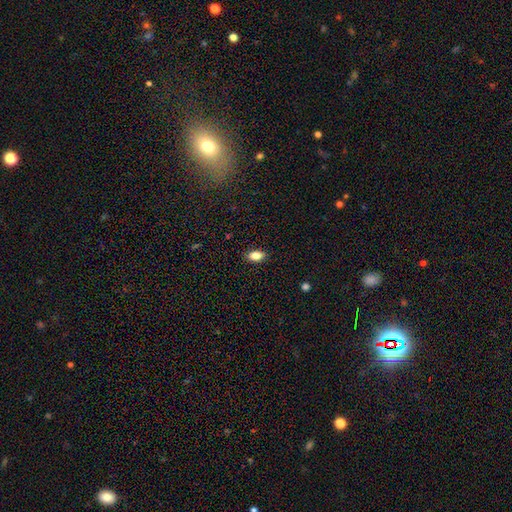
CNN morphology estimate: Q: Smooth or featured?
A: smooth (85%); runner-up: star or artifact (9%)
Q: How rounded?
A: in between (88%); runner-up: round (8%)
Q: Merging?
A: none (88%); runner-up: minor disturbance (9%)